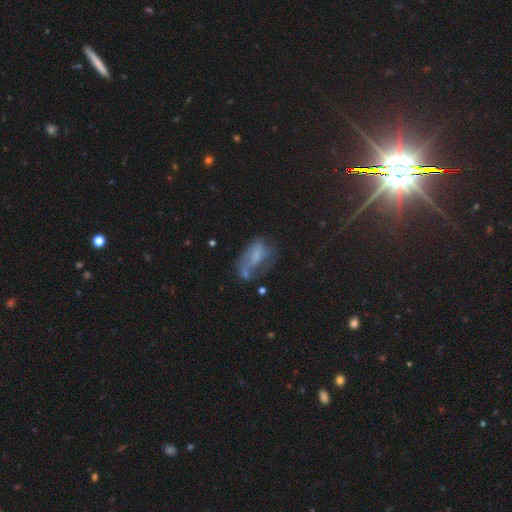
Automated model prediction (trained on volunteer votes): A featured or disk galaxy (45%).

Vote fractions:
- Smooth or featured? featured or disk: 45% / smooth: 41% / star or artifact: 14%
- Merging? major disturbance: 35% / none: 32% / minor disturbance: 25% / merger: 9%